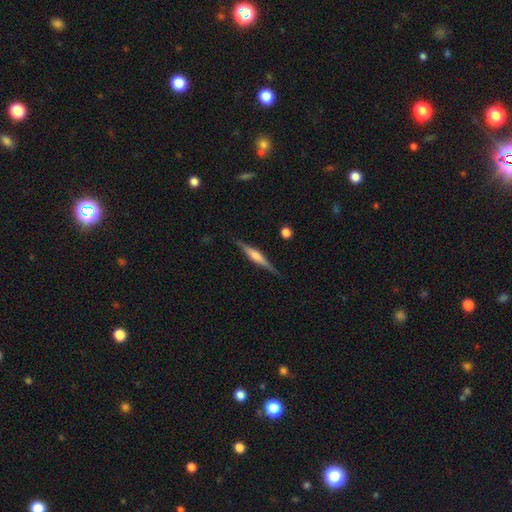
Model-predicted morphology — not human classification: A featured or disk galaxy (61%) viewed edge-on (97%) with a rounded central bulge (61%).

Vote fractions:
- Smooth or featured? featured or disk: 61% / smooth: 33% / star or artifact: 6%
- Edge-on disk? yes: 97% / no: 3%
- Edge-on bulge? rounded: 61% / boxy: 23% / none: 16%
- Merging? none: 87% / minor disturbance: 10% / major disturbance: 2% / merger: 1%